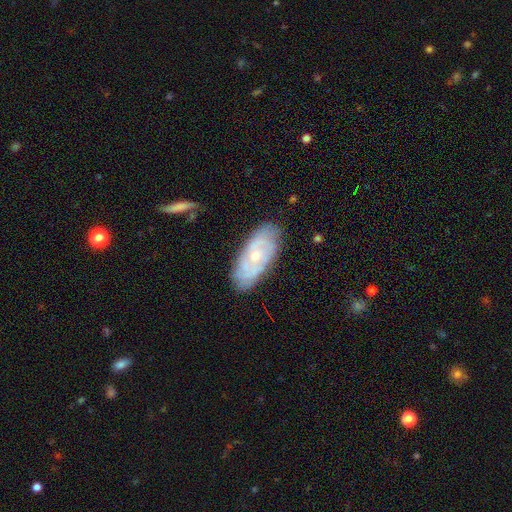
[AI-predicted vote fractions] Overall: featured or disk (69%). Edge-on disk: no (91%). Bar: no (75%). Spiral arms: yes (83%). Spiral arm count: can't tell (50%; 2 25%). Spiral winding: tight (65%; medium 27%). Bulge size: small (66%; moderate 29%). Merging: none (78%).